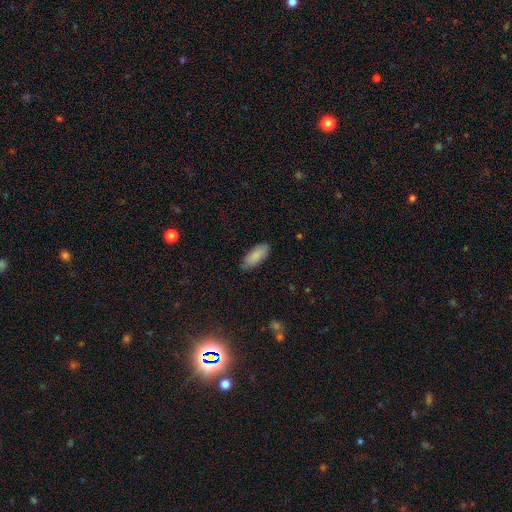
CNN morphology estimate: The model was most divided on "how rounded": in between: 82%, cigar-shaped: 17%, round: 2%. More confident: smooth or featured — smooth (88%); merging — none (84%).